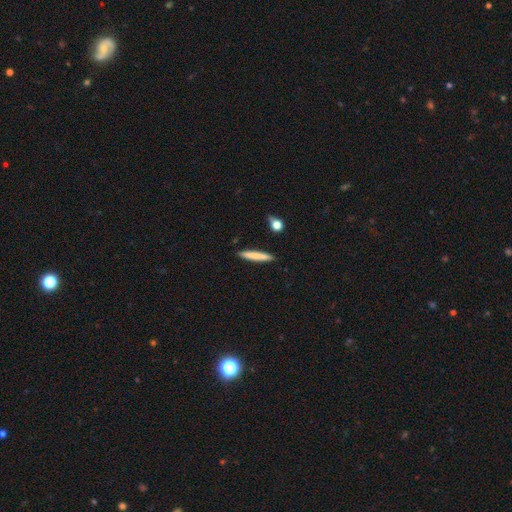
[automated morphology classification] smooth 74%, featured or disk 20%, star or artifact 6%. Down the decision tree: how rounded — cigar-shaped (94%); merging — none (89%).